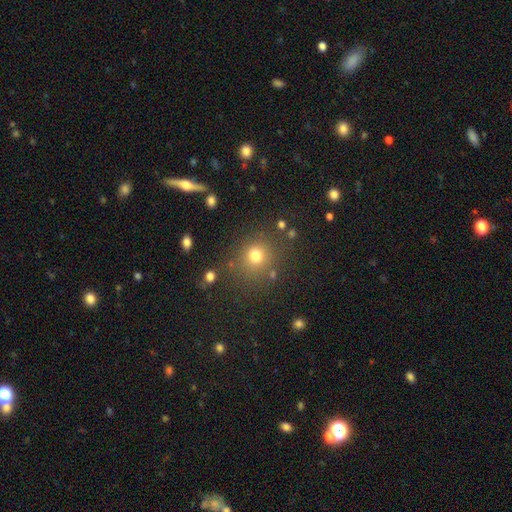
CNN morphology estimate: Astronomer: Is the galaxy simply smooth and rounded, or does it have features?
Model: smooth — 76%.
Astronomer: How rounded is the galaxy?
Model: round — 86%.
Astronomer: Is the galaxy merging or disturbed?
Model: none — 79%.